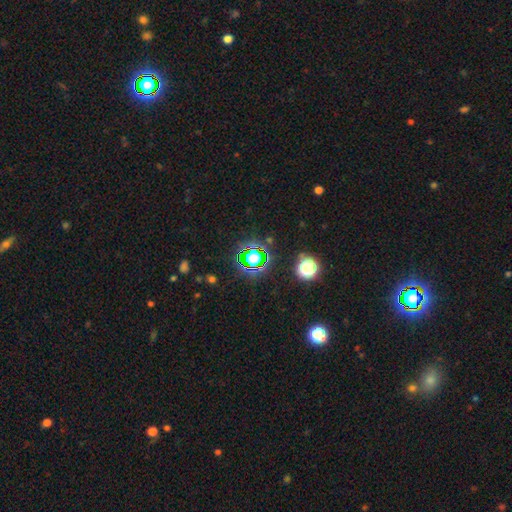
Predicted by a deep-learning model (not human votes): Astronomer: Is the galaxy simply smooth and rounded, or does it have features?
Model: star or artifact — 68%.